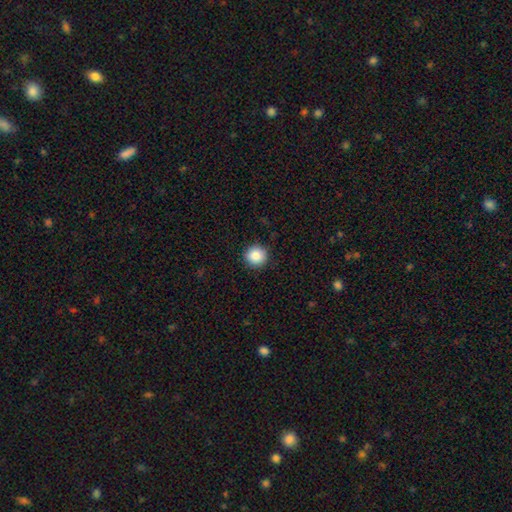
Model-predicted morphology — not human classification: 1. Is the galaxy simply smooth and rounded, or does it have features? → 87% smooth, 9% star or artifact, 4% featured or disk.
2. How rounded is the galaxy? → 95% round, 4% in between, 1% cigar-shaped.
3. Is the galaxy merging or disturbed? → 92% none, 5% minor disturbance, 2% major disturbance, 1% merger.